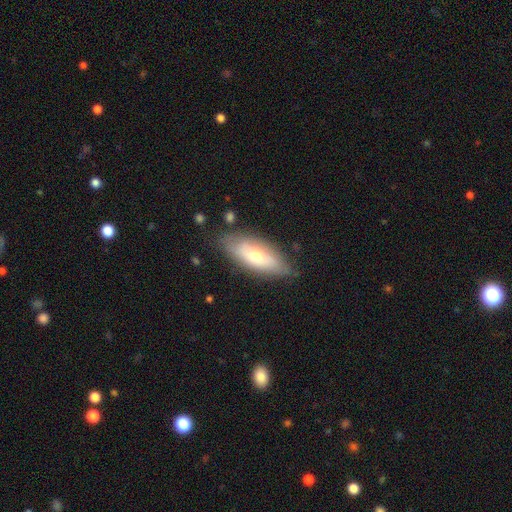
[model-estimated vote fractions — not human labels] This is possibly a smooth galaxy (59%). How rounded: likely in between (75%). Merging: likely none (76%).